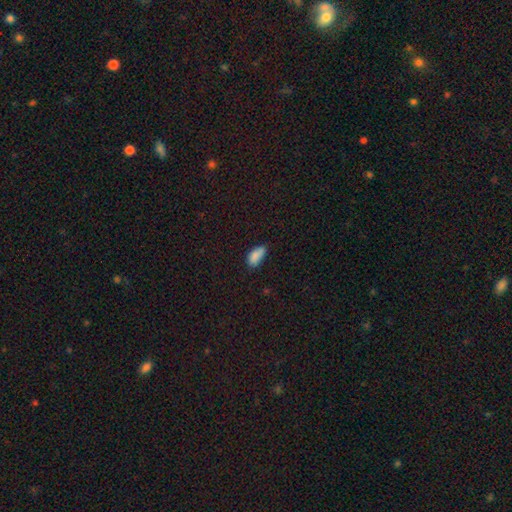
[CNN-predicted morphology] type=smooth (85%); roundness=in between (91%); merging=none (53%).